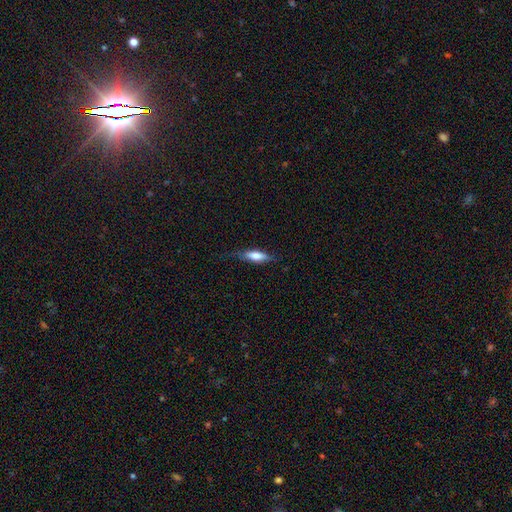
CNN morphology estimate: type=smooth (66%); roundness=cigar-shaped (53%); merging=none (68%).